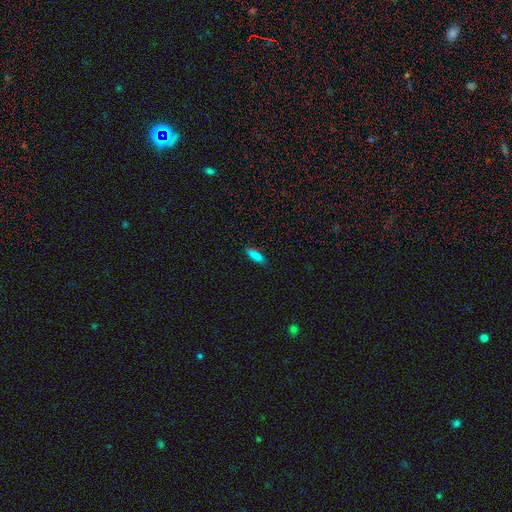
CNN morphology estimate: Smooth or featured? Predicted: smooth (p=0.83). How rounded? Predicted: in between (p=0.55). Merging? Predicted: none (p=0.85).